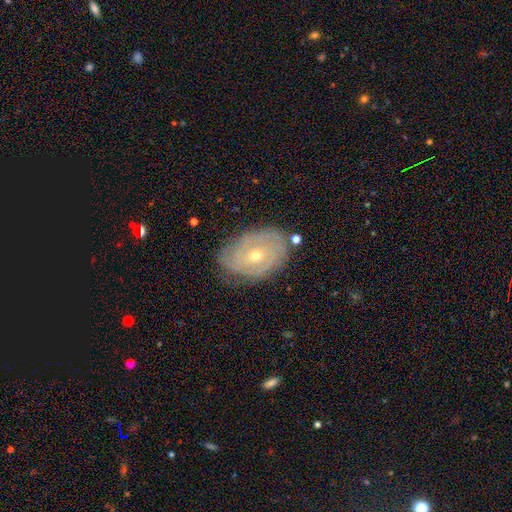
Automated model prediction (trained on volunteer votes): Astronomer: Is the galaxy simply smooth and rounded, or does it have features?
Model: featured or disk — 80%.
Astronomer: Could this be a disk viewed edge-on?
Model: no — 95%.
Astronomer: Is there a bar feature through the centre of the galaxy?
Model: no — 70%.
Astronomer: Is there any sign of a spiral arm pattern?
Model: yes — 90%.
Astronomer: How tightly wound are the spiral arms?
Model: tight — 78%.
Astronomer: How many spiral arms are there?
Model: can't tell — 38% (runner-up: 2, 25%).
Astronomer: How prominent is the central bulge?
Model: small — 54% (runner-up: moderate, 43%).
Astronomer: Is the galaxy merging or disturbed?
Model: none — 75%.